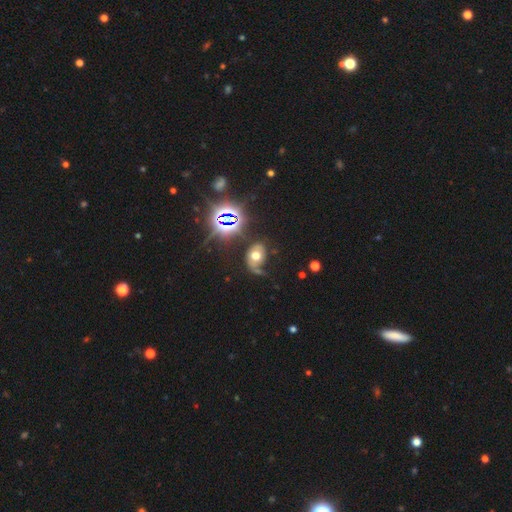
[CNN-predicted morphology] smooth-or-featured: smooth: 42% | featured or disk: 39% | star or artifact: 20%
  merging: none: 40% | major disturbance: 26% | minor disturbance: 26% | merger: 7%